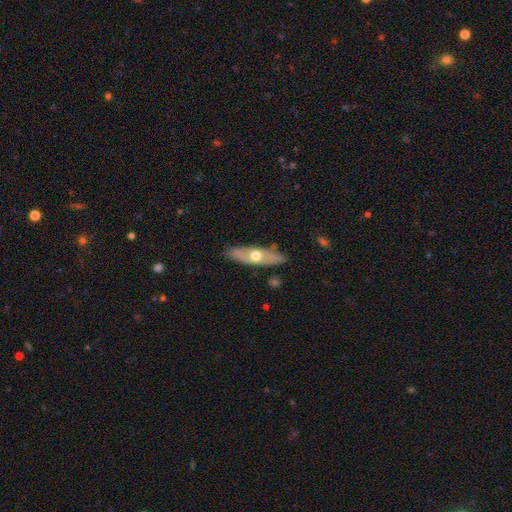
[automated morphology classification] A featured or disk galaxy (52%) viewed edge-on (57%). Merging: none (84%).